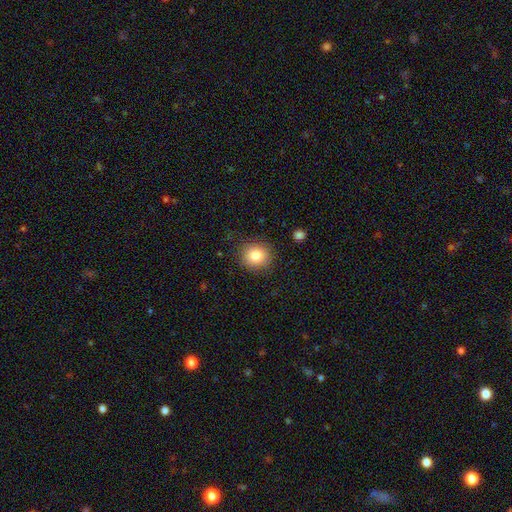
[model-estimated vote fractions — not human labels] Smooth or featured? smooth (83%)
How rounded? round (86%)
Merging? none (87%)